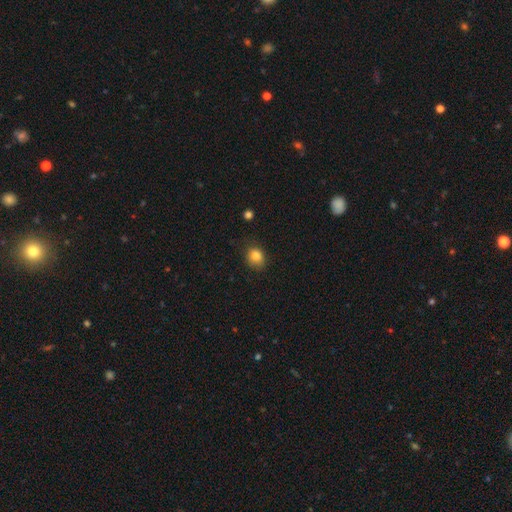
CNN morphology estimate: Smooth or featured?
  - smooth: 83% *
  - star or artifact: 11%
  - featured or disk: 6%
How rounded?
  - round: 63% *
  - in between: 36%
  - cigar-shaped: 1%
Merging?
  - none: 74% *
  - minor disturbance: 20%
  - major disturbance: 4%
  - merger: 1%